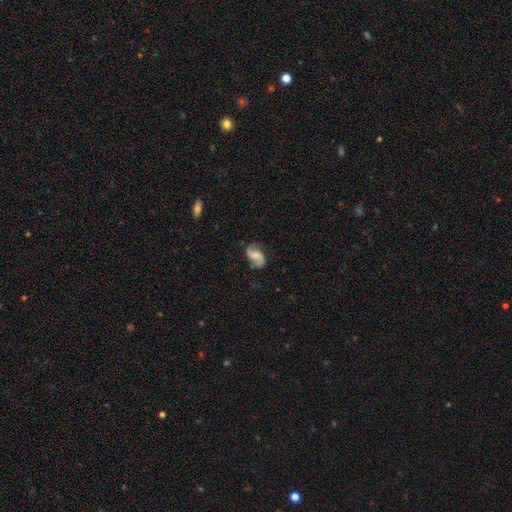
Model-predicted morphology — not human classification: smooth-or-featured: featured or disk: 73% | smooth: 20% | star or artifact: 7%
  disk-edge-on: no: 97% | yes: 3%
    bar: no: 49% | weak: 40% | strong: 11%
    has-spiral-arms: yes: 94% | no: 6%
      spiral-winding: loose: 53% | medium: 36% | tight: 11%
      spiral-arm-count: 2: 91% | can't tell: 4% | 1: 3% | 3: 1% | 4: 1% | more than 4: 1%
    bulge-size: small: 39% | moderate: 38% | none: 17% | large: 5% | dominant: 1%
  merging: none: 72% | minor disturbance: 19% | major disturbance: 7% | merger: 2%